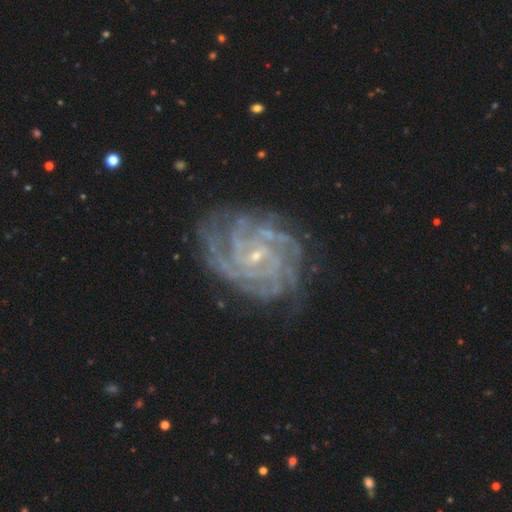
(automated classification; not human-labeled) smooth_or_featured: featured or disk (p=0.91) [alt: star or artifact p=0.06]
disk_edge_on: no (p=0.98) [alt: yes p=0.02]
bar: no (p=0.46) [alt: weak p=0.40]
has_spiral_arms: yes (p=0.98) [alt: no p=0.02]
spiral_winding: tight (p=0.76) [alt: medium p=0.21]
spiral_arm_count: 4 (p=0.23) [alt: can't tell p=0.22]
bulge_size: small (p=0.83) [alt: moderate p=0.12]
merging: none (p=0.77) [alt: minor disturbance p=0.16]